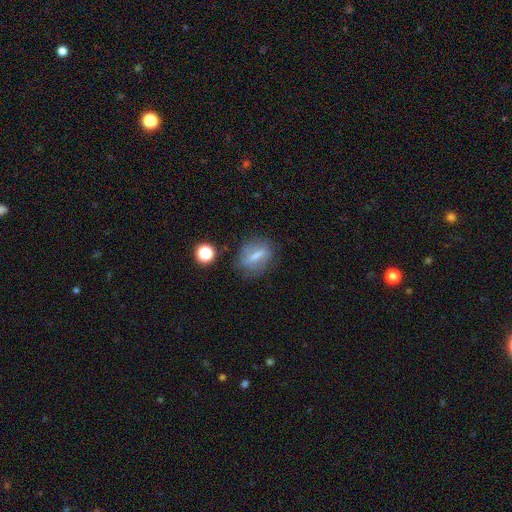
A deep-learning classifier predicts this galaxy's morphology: Smooth or featured? smooth (50%)
Merging? none (69%)